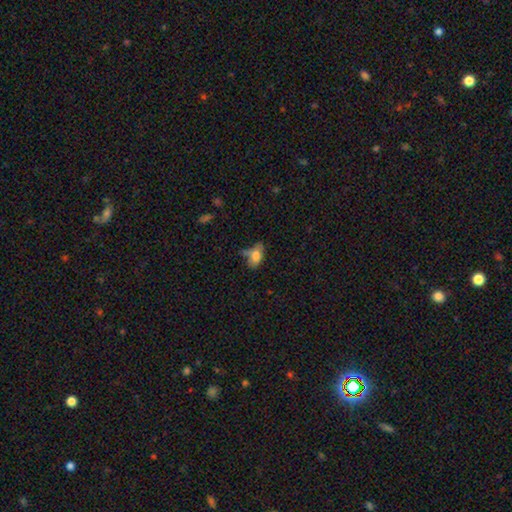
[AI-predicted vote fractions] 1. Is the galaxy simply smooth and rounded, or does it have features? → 73% smooth, 17% featured or disk, 11% star or artifact.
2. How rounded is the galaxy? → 86% in between, 10% round, 4% cigar-shaped.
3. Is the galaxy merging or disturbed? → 39% none, 31% minor disturbance, 18% major disturbance, 13% merger.